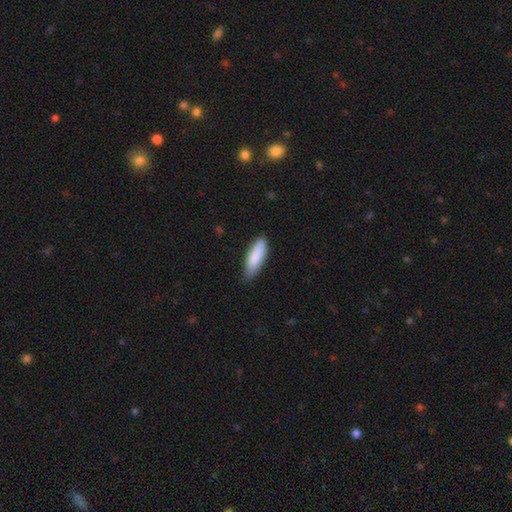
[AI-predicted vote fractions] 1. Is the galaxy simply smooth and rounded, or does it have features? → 86% smooth, 9% featured or disk, 5% star or artifact.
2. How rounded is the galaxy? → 53% in between, 45% cigar-shaped, 2% round.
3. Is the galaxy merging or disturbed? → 76% none, 20% minor disturbance, 2% major disturbance, 1% merger.